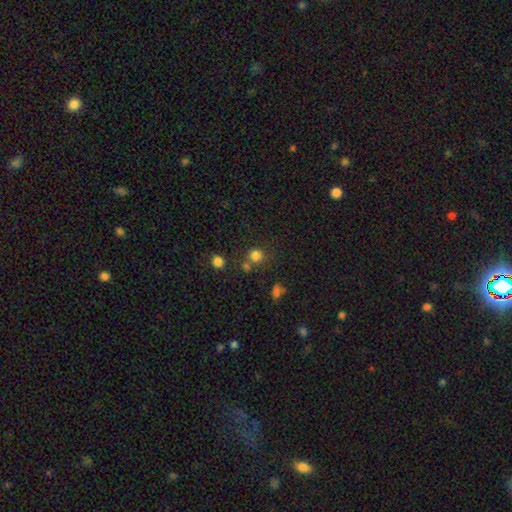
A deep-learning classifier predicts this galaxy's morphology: A smooth galaxy with no disk features (79%) that is round (88%).

Vote fractions:
- Smooth or featured? smooth: 79% / star or artifact: 15% / featured or disk: 6%
- How rounded? round: 88% / in between: 11% / cigar-shaped: 1%
- Merging? none: 65% / merger: 19% / minor disturbance: 11% / major disturbance: 5%